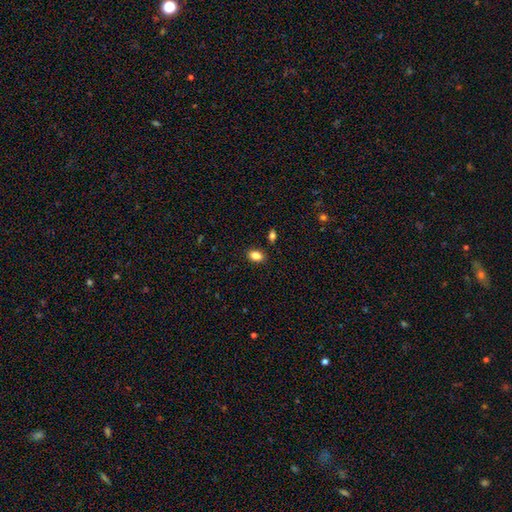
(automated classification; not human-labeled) Smooth or featured? smooth (85%)
How rounded? in between (84%)
Merging? none (87%)